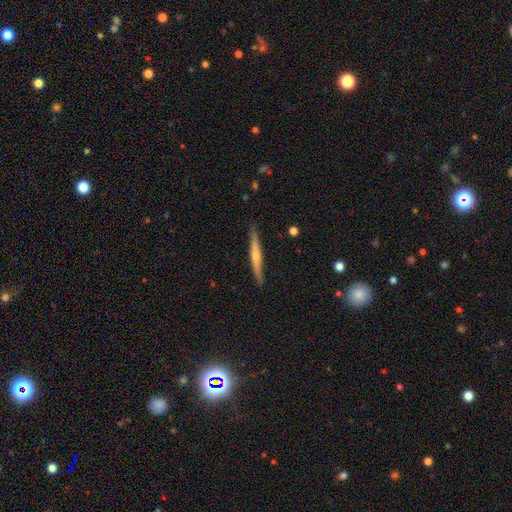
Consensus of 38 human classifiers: A featured or disk galaxy (61%) viewed edge-on (100%) with a rounded central bulge (65%). Merging: none (81%).